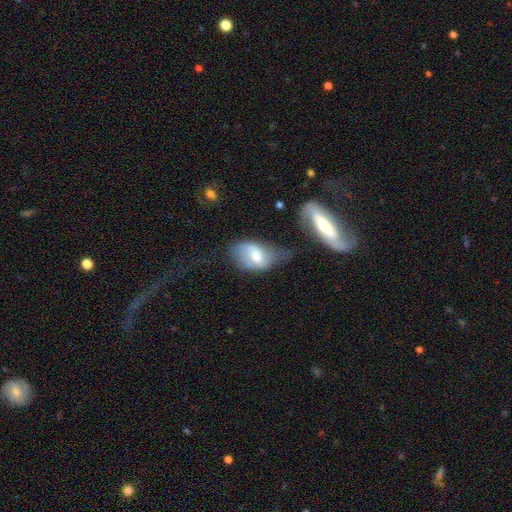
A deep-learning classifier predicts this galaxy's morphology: The model was most divided on "merging": minor disturbance: 34%, none: 32%, major disturbance: 24%, merger: 10%. More confident: how rounded — in between (85%); smooth or featured — smooth (55%).